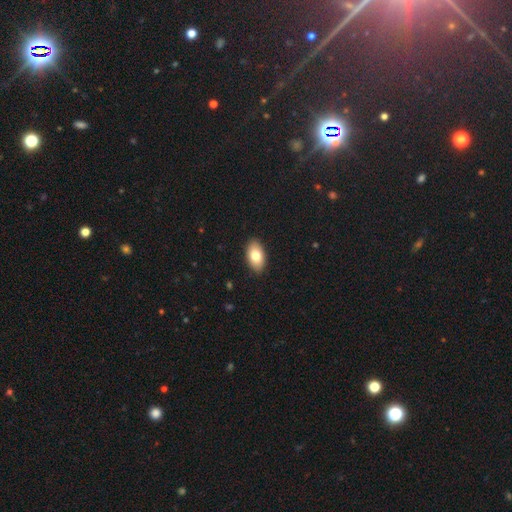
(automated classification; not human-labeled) Smooth or featured?
  - smooth: 79% *
  - featured or disk: 14%
  - star or artifact: 7%
How rounded?
  - in between: 93% *
  - round: 5%
  - cigar-shaped: 2%
Merging?
  - none: 90% *
  - minor disturbance: 8%
  - major disturbance: 2%
  - merger: 1%